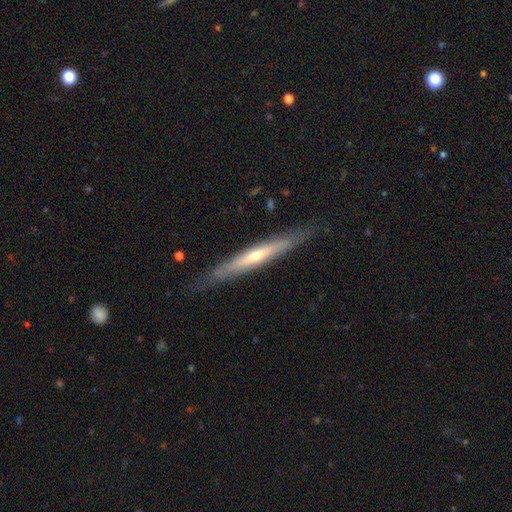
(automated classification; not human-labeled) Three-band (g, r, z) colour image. It shows a featured or disk galaxy (60%) viewed edge-on (92%) with a rounded central bulge (60%). Merging: none (84%).